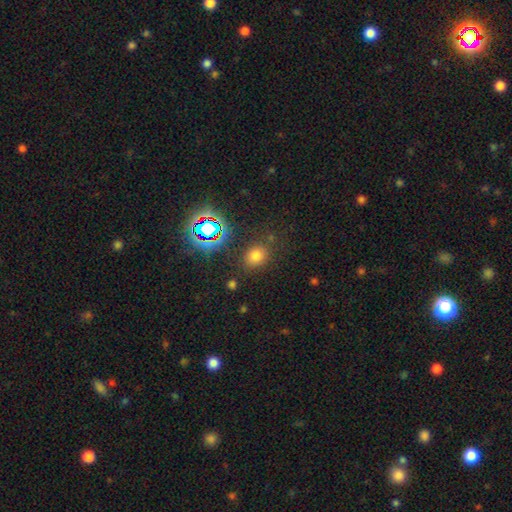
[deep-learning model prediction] The model was most divided on "how rounded": round: 51%, in between: 48%, cigar-shaped: 2%. More confident: merging — none (79%); smooth or featured — smooth (68%).